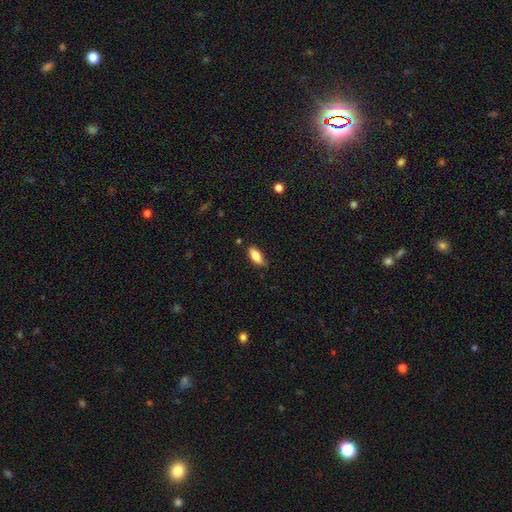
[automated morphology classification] The model was most divided on "merging": none: 72%, minor disturbance: 23%, major disturbance: 3%, merger: 2%. More confident: how rounded — in between (83%); smooth or featured — smooth (81%).